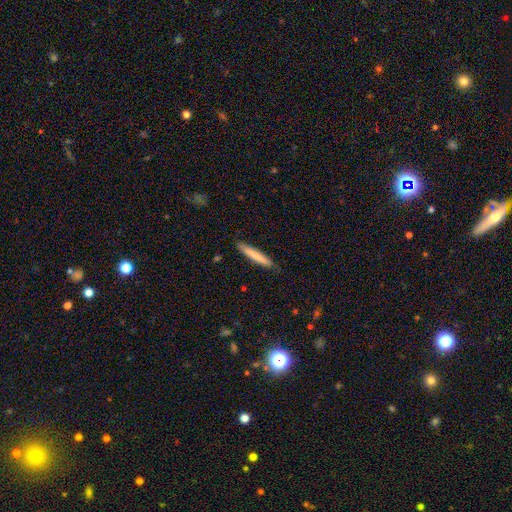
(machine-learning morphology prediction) The model was most divided on "smooth or featured": smooth: 74%, featured or disk: 21%, star or artifact: 6%. More confident: how rounded — cigar-shaped (94%); merging — none (88%).